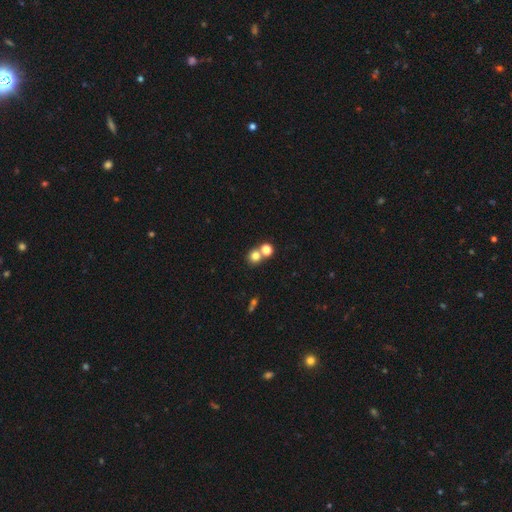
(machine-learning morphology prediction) A smooth galaxy with no disk features (75%) that is round (83%). Merging: none (52%).